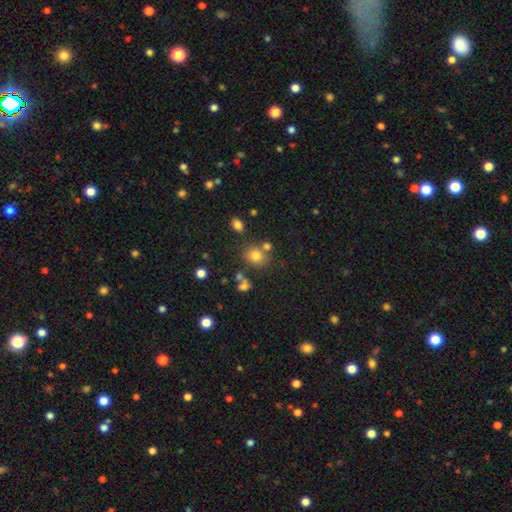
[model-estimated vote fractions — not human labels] A smooth galaxy with no disk features (75%) that is round (65%).

Vote fractions:
- Smooth or featured? smooth: 75% / star or artifact: 15% / featured or disk: 9%
- How rounded? round: 65% / in between: 34% / cigar-shaped: 1%
- Merging? none: 66% / merger: 16% / minor disturbance: 13% / major disturbance: 5%